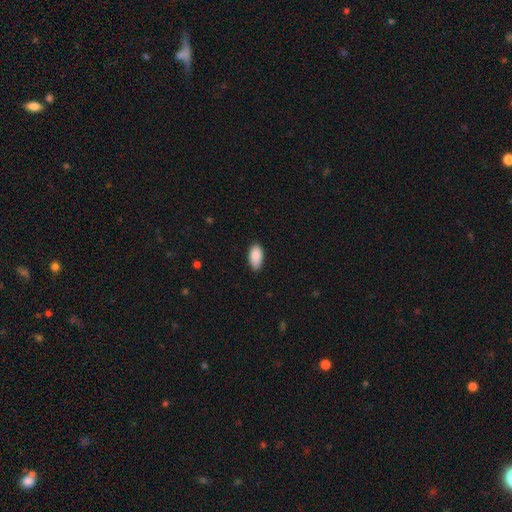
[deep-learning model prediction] smooth-or-featured: smooth: 90% | star or artifact: 6% | featured or disk: 3%
  how-rounded: in between: 95% | cigar-shaped: 3% | round: 2%
  merging: none: 83% | minor disturbance: 13% | major disturbance: 2% | merger: 1%